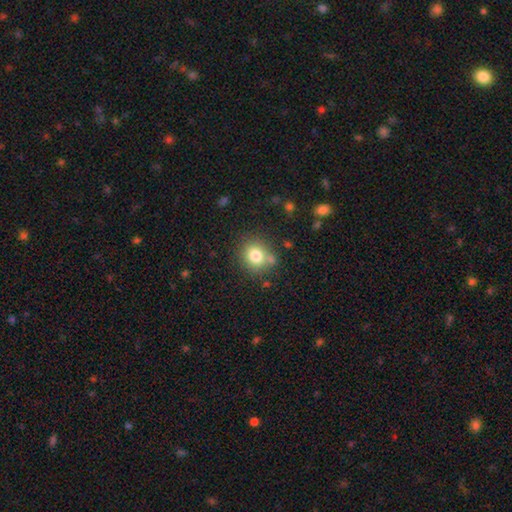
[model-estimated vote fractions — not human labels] A smooth galaxy with no disk features (79%) that is round (77%). Merging: none (74%).